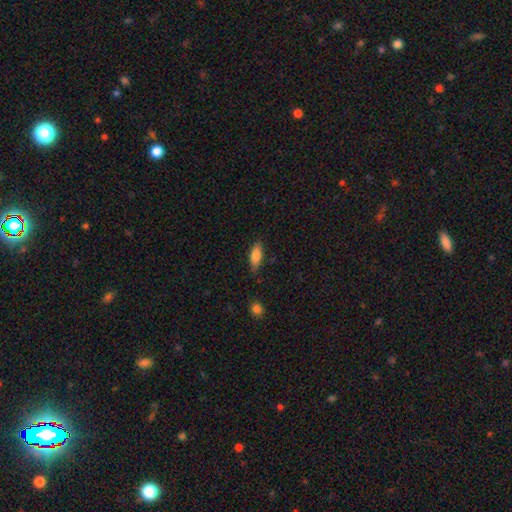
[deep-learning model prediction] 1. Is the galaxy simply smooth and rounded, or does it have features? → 77% smooth, 16% featured or disk, 7% star or artifact.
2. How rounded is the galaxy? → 66% in between, 32% cigar-shaped, 2% round.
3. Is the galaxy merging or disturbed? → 81% none, 14% minor disturbance, 3% major disturbance, 2% merger.